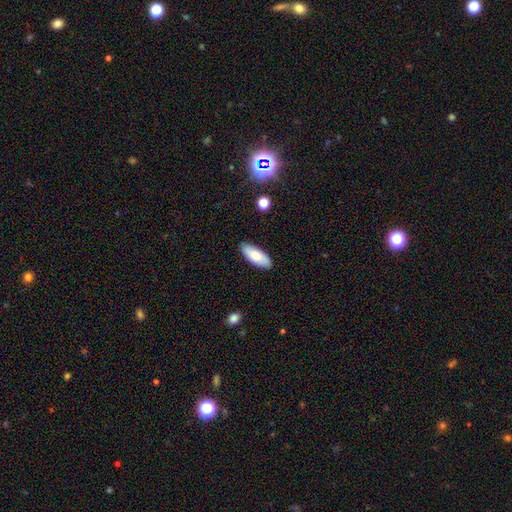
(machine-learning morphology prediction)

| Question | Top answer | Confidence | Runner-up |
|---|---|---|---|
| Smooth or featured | smooth | 78% | featured or disk (16%) |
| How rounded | in between | 80% | cigar-shaped (18%) |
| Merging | none | 87% | minor disturbance (10%) |